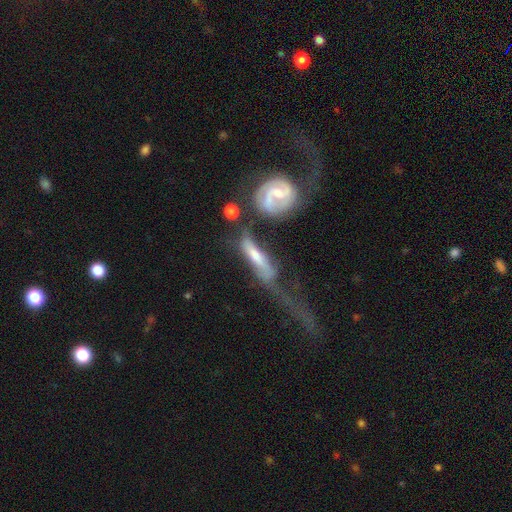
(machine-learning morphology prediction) Q: Smooth or featured?
A: featured or disk (62%); runner-up: smooth (31%)
Q: Edge-on disk?
A: no (63%); runner-up: yes (37%)
Q: Merging?
A: major disturbance (32%); runner-up: merger (29%)